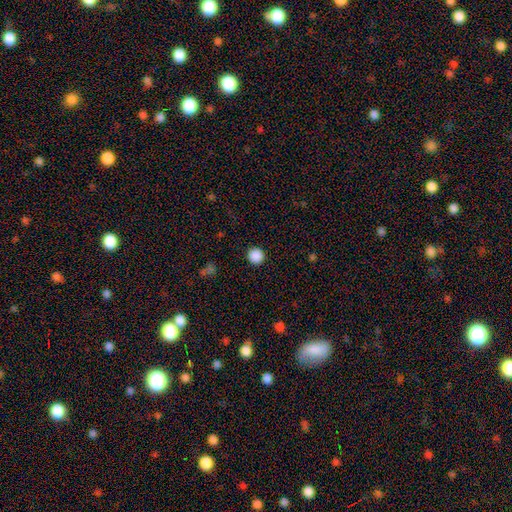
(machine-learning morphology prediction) Smooth or featured: smooth — 88% (star or artifact — 10%)
How rounded: round — 96% (in between — 3%)
Merging: none — 93% (minor disturbance — 4%)